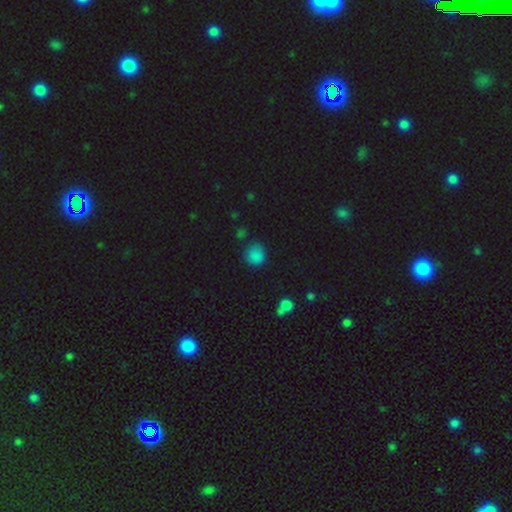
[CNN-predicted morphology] type=smooth (82%); roundness=round (85%); merging=none (74%).